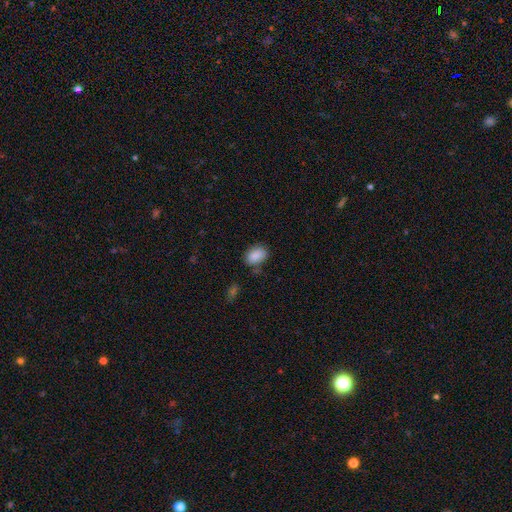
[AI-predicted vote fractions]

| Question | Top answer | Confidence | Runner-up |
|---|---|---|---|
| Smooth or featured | smooth | 87% | star or artifact (8%) |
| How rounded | in between | 81% | round (18%) |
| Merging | none | 76% | minor disturbance (17%) |